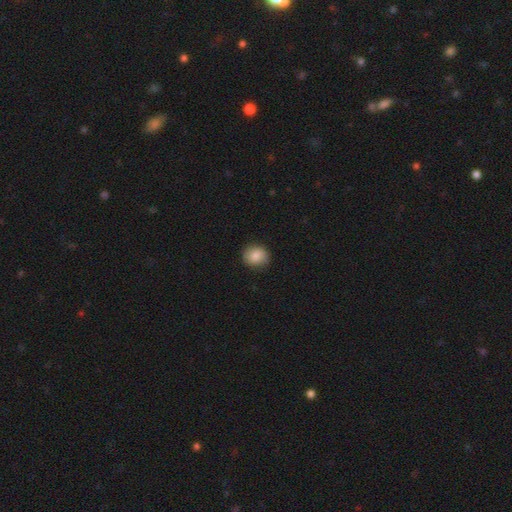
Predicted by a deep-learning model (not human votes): Smooth or featured?
  - smooth: 84% *
  - featured or disk: 8%
  - star or artifact: 8%
How rounded?
  - round: 77% *
  - in between: 22%
  - cigar-shaped: 1%
Merging?
  - none: 87% *
  - minor disturbance: 9%
  - major disturbance: 2%
  - merger: 1%